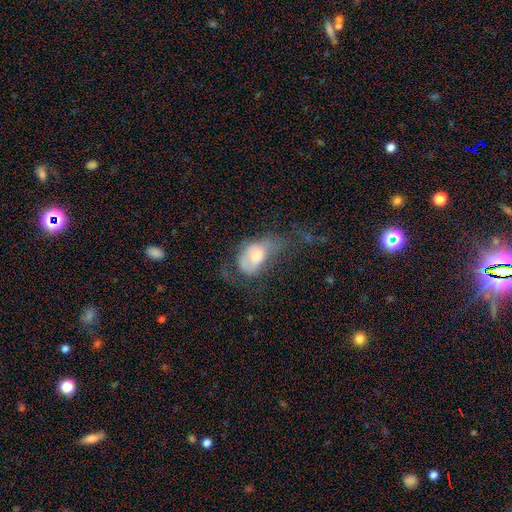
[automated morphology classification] smooth-or-featured: smooth: 59% | featured or disk: 33% | star or artifact: 8%
  how-rounded: in between: 85% | round: 13% | cigar-shaped: 2%
  merging: major disturbance: 51% | minor disturbance: 24% | none: 21% | merger: 5%